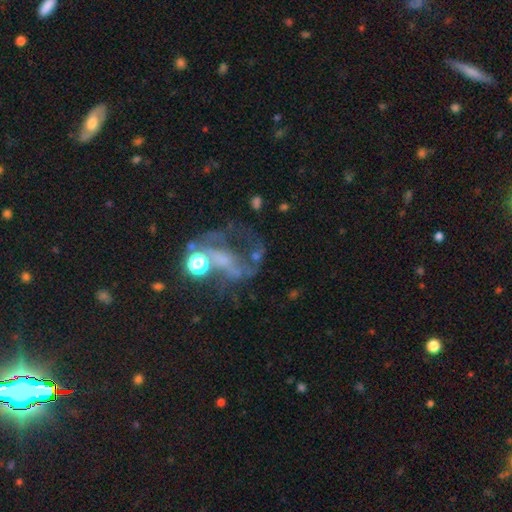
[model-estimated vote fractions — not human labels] Smooth or featured: featured or disk — 55% (star or artifact — 25%)
Edge-on disk: no — 97% (yes — 3%)
Bar: no — 60% (weak — 25%)
Spiral arms: yes — 52% (no — 48%)
Bulge size: none — 39% (small — 30%)
Merging: major disturbance — 39% (none — 34%)